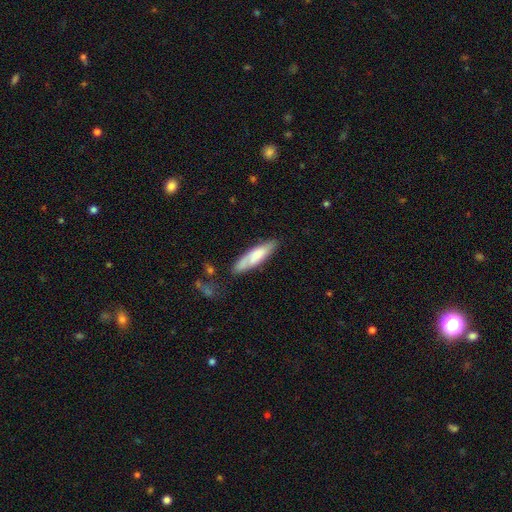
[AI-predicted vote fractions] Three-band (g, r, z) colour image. It shows a smooth galaxy with no disk features (69%) that is cigar-shaped (66%). Merging: none (75%).